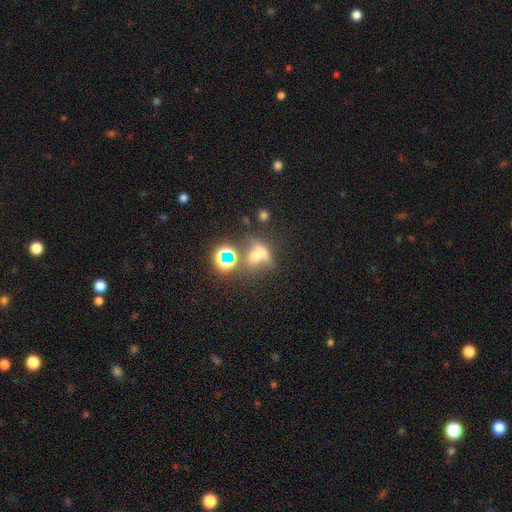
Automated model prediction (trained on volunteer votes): Smooth or featured?
  - star or artifact: 40% *
  - smooth: 32%
  - featured or disk: 28%